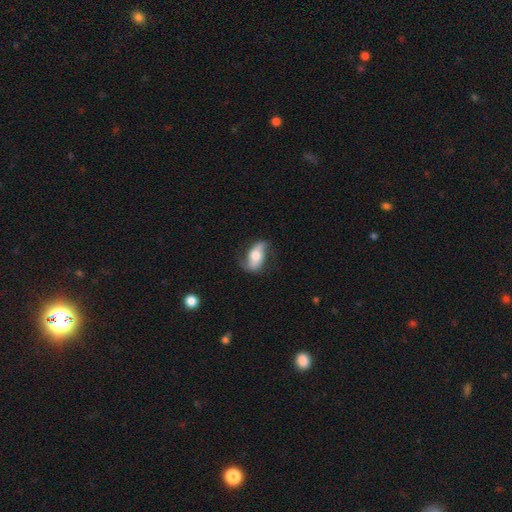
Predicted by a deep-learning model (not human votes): Morphology: type=featured or disk (61%); edge-on=no (87%); bar=no (49%); spiral arms=yes (85%); bulge=moderate (57%); merging=none (66%).